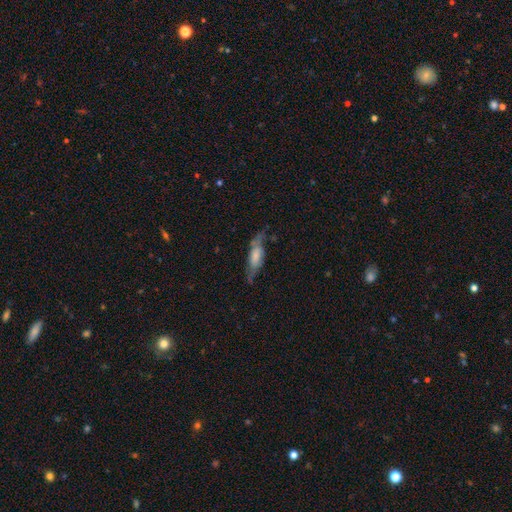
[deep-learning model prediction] smooth_or_featured: featured or disk (p=0.52) [alt: smooth p=0.41]
disk_edge_on: yes (p=0.51) [alt: no p=0.49]
merging: none (p=0.55) [alt: minor disturbance p=0.26]